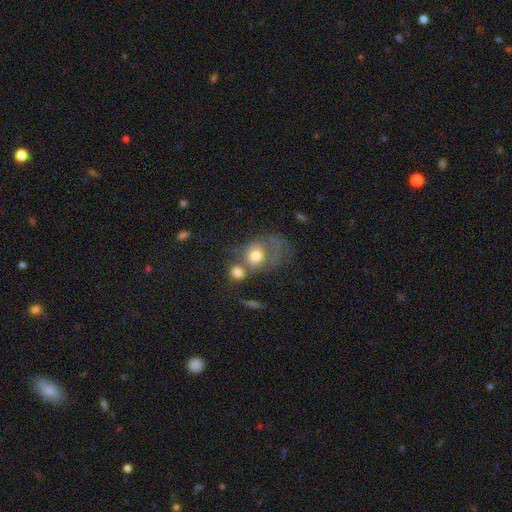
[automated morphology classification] The model was most divided on "how rounded": round: 55%, in between: 43%, cigar-shaped: 1%. Remaining: smooth or featured — smooth (62%); merging — merger (40%).